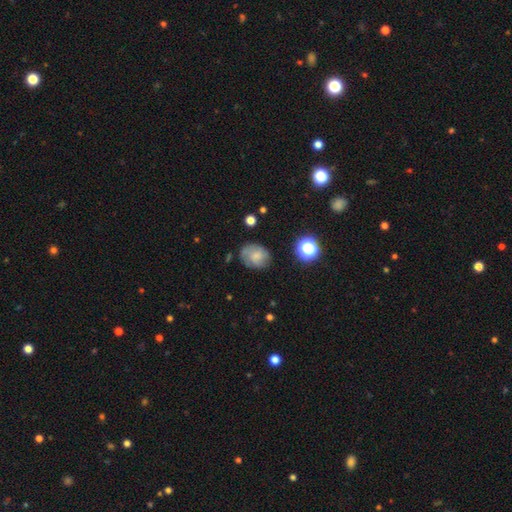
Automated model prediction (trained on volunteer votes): Overall: smooth (56%; featured or disk 32%). How rounded: round (50%; in between 49%). Merging: none (64%).